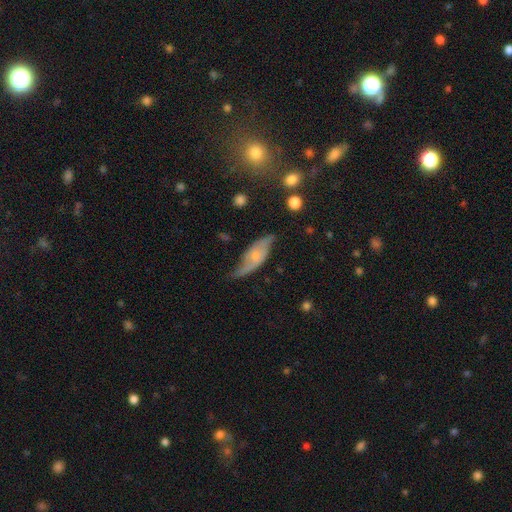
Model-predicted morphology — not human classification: Smooth or featured?
  - featured or disk: 65% *
  - smooth: 29%
  - star or artifact: 6%
Edge-on disk?
  - no: 79% *
  - yes: 21%
Bar?
  - no: 71% *
  - weak: 24%
  - strong: 6%
Spiral arms?
  - yes: 83% *
  - no: 17%
Bulge size?
  - small: 56% *
  - moderate: 35%
  - none: 5%
  - large: 3%
  - dominant: 1%
Merging?
  - none: 54% *
  - minor disturbance: 31%
  - major disturbance: 13%
  - merger: 3%